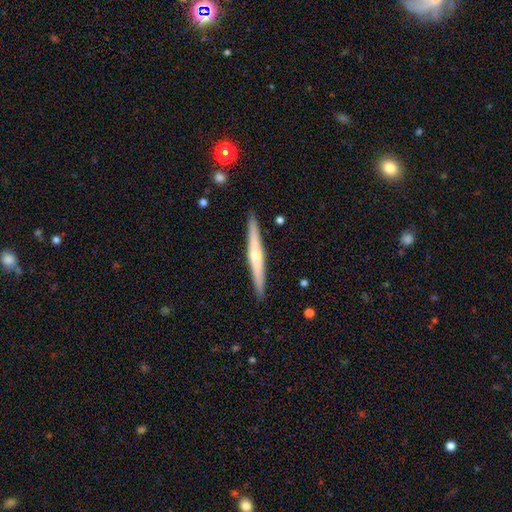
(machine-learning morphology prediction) This appears to be a featured or disk galaxy (61%) viewed edge-on (97%) with a rounded central bulge (70%). Merging: none (91%).